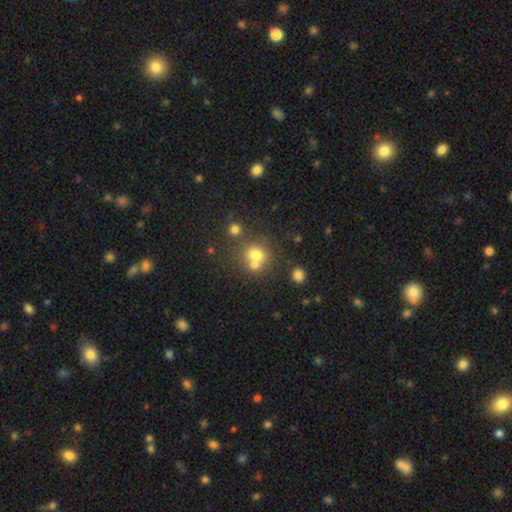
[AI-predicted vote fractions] This appears to be a smooth galaxy with no disk features (70%) that is round (73%). Merging: merger (43%, tied with none).